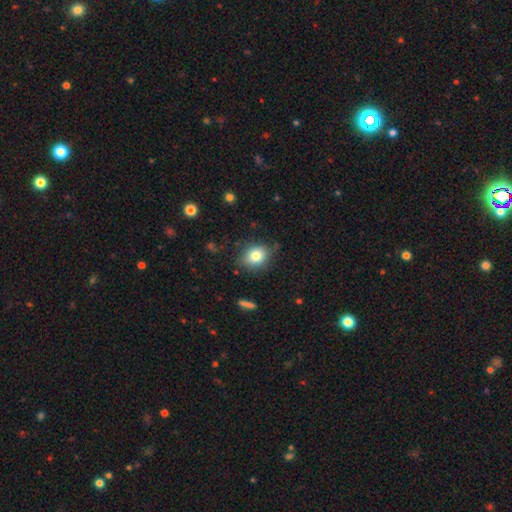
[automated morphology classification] Smooth or featured? smooth (80%)
How rounded? round (51%)
Merging? none (80%)